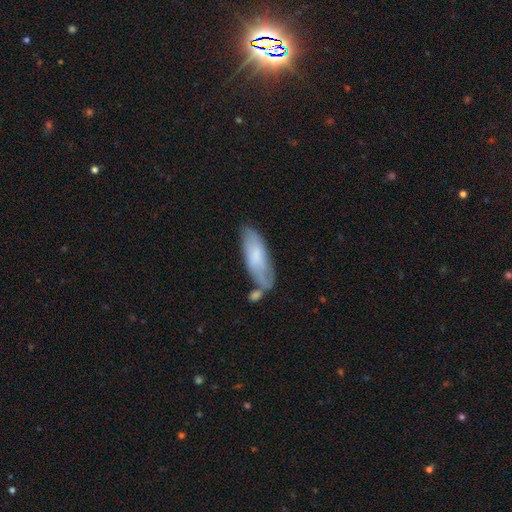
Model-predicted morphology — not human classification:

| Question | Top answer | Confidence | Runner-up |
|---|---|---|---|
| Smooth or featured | smooth | 62% | featured or disk (31%) |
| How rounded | in between | 57% | cigar-shaped (41%) |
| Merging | none | 55% | minor disturbance (23%) |